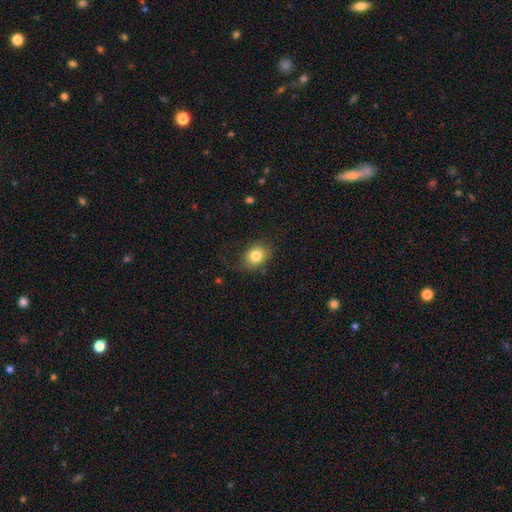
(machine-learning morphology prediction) A smooth galaxy with no disk features (81%) that is in between round and cigar-shaped (54%). Merging: none (71%).